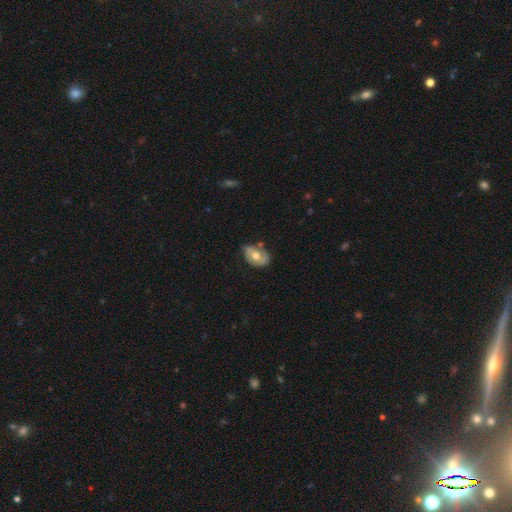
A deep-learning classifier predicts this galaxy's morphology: This is possibly a smooth galaxy (51%). How rounded: likely in between (74%). Merging: marginally none (43%).